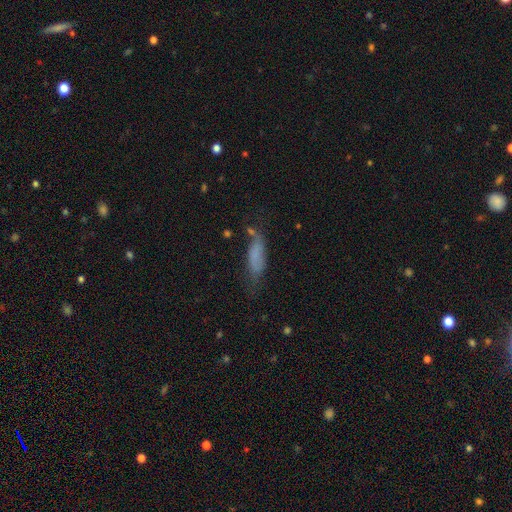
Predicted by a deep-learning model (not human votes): Smooth or featured? Predicted: smooth (p=0.69). How rounded? Predicted: in between (p=0.52). Merging? Predicted: none (p=0.46).